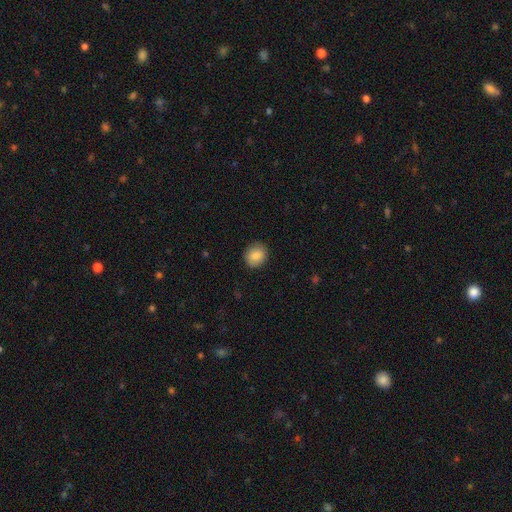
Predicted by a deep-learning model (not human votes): Morphology: type=smooth (86%); roundness=round (74%); merging=none (89%).